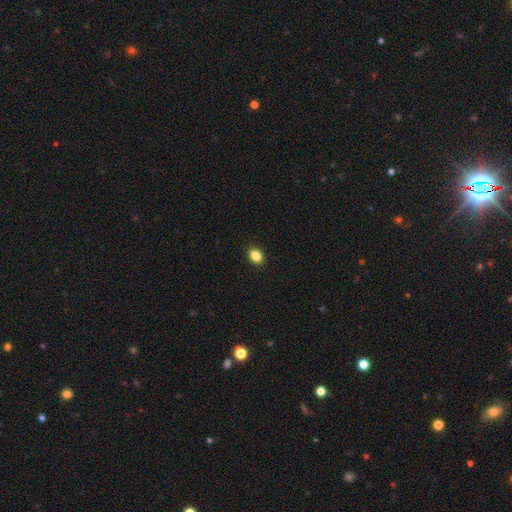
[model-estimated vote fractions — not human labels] Smooth or featured? Predicted: smooth (p=0.86). How rounded? Predicted: in between (p=0.70). Merging? Predicted: none (p=0.91).